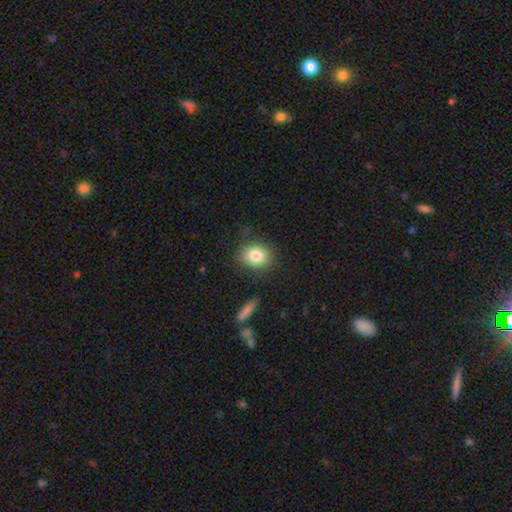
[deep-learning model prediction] A smooth galaxy with no disk features (82%) that is round (56%). Merging: none (82%).